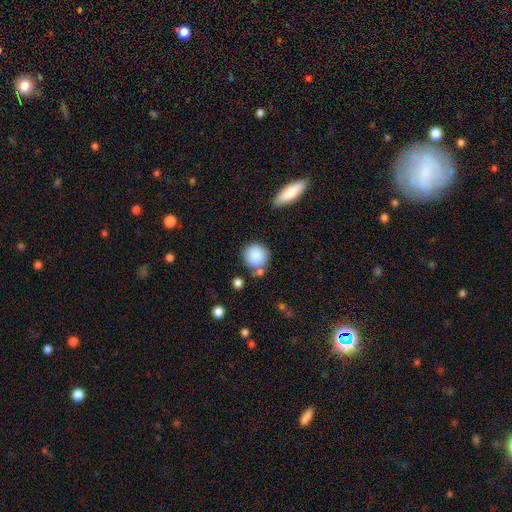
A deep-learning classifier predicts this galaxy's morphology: type=smooth (87%); roundness=round (90%); merging=none (71%).